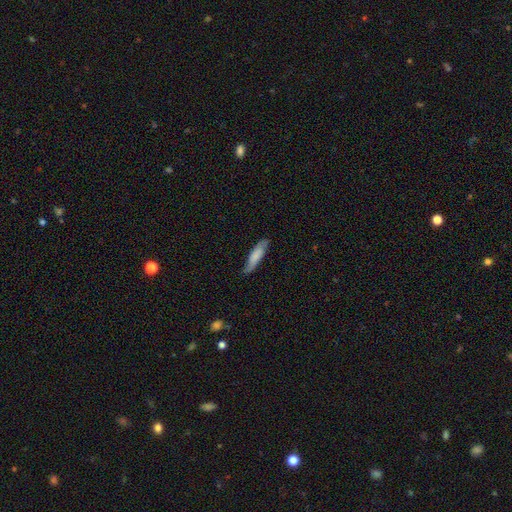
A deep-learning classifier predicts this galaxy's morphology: Overall: smooth (65%; featured or disk 29%). How rounded: cigar-shaped (72%). Merging: none (73%).